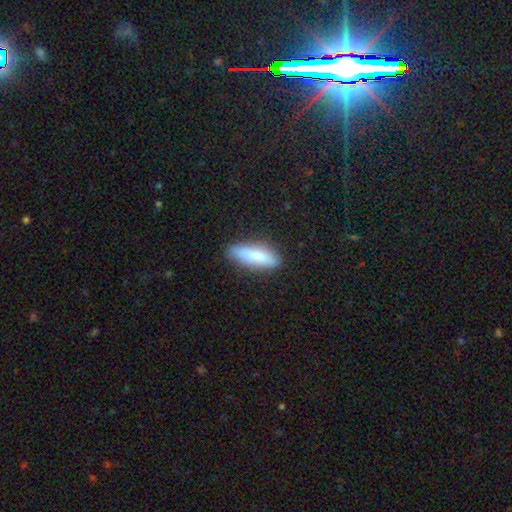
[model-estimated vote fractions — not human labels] A smooth galaxy with no disk features (82%) that is cigar-shaped (55%). Merging: none (81%).